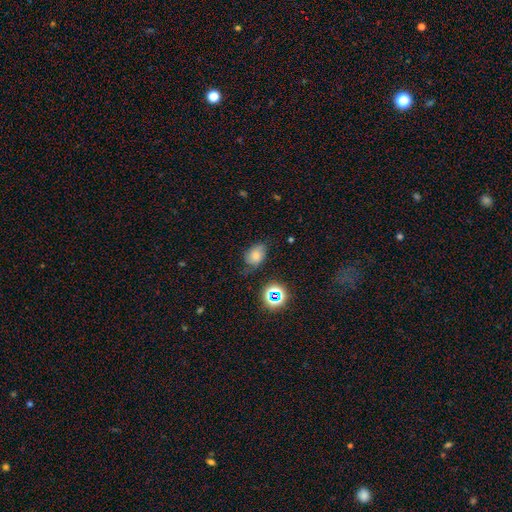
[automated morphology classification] Smooth or featured? smooth (64%)
How rounded? in between (76%)
Merging? none (57%)